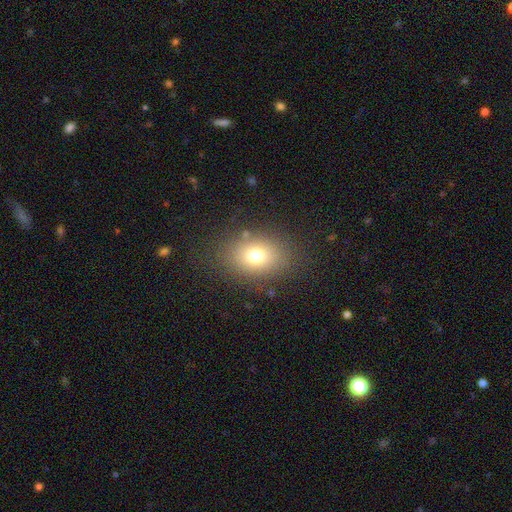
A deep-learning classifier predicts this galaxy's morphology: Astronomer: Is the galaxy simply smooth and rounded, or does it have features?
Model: smooth — 75%.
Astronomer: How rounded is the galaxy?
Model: in between — 67%.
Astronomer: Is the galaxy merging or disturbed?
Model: none — 82%.